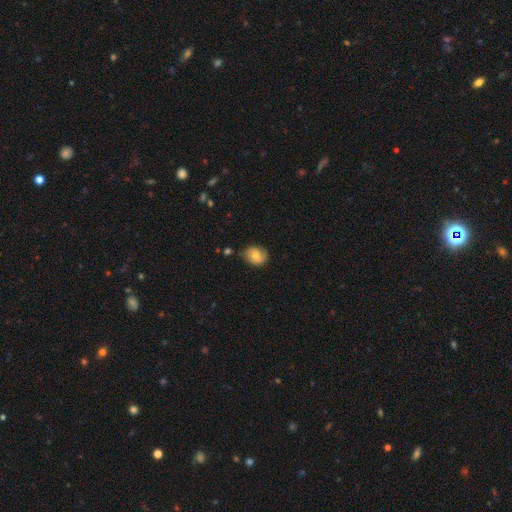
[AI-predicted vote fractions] Q: Smooth or featured?
A: smooth (69%); runner-up: featured or disk (22%)
Q: How rounded?
A: round (54%); runner-up: in between (45%)
Q: Merging?
A: none (73%); runner-up: minor disturbance (20%)